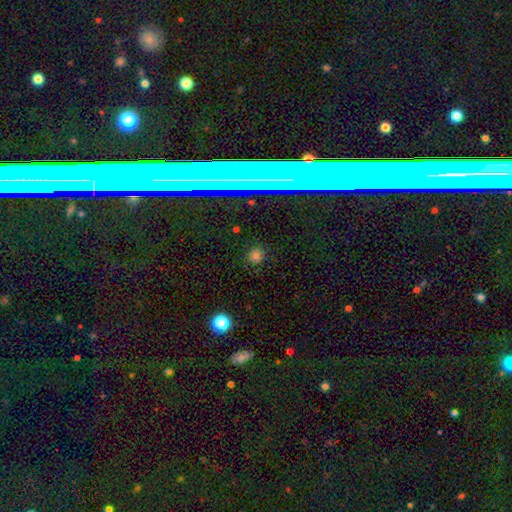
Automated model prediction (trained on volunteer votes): Smooth or featured? smooth (71%)
How rounded? round (88%)
Merging? none (86%)